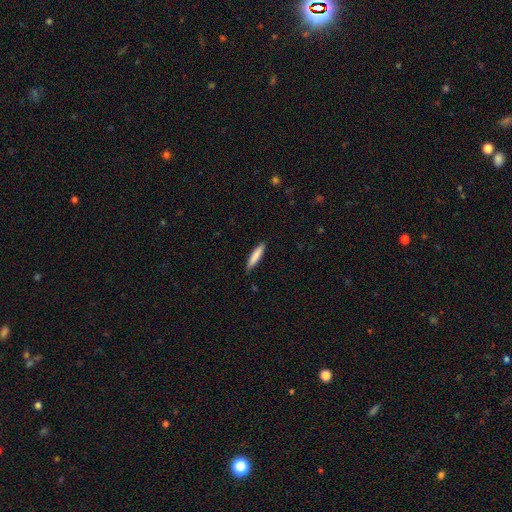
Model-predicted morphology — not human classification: The model was most divided on "merging": none: 84%, minor disturbance: 13%, major disturbance: 2%, merger: 1%. More confident: how rounded — cigar-shaped (86%); smooth or featured — smooth (83%).